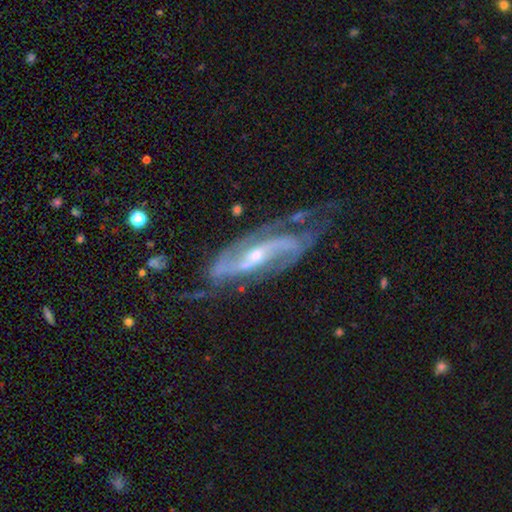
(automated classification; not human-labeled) featured or disk 91%, star or artifact 5%, smooth 4%. Down the decision tree: edge-on disk — no (90%); bar — strong (38%); spiral arms — yes (98%); spiral arm count — 2 (85%); spiral winding — medium (49%); bulge size — small (59%); merging — none (65%).